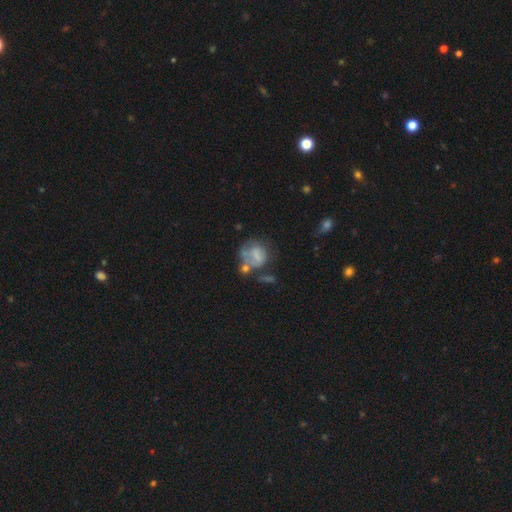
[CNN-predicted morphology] The model was most divided on "merging": none: 32%, major disturbance: 27%, minor disturbance: 22%, merger: 18%. More confident: how rounded — round (68%); smooth or featured — smooth (53%).